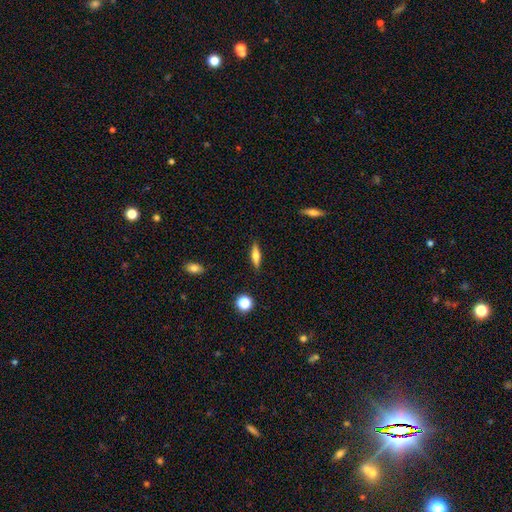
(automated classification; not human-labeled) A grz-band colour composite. It shows a smooth galaxy with no disk features (58%) that is cigar-shaped (62%). Merging: none (87%).